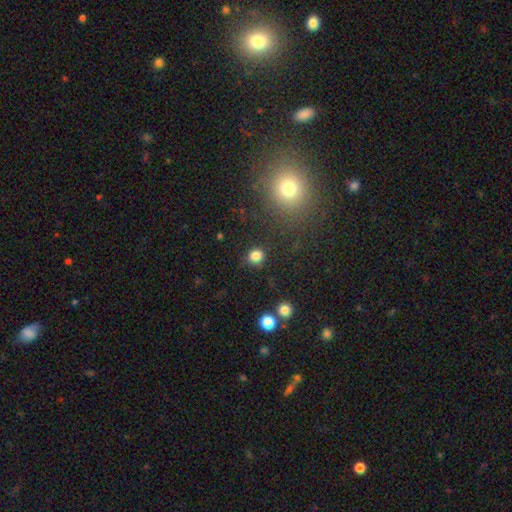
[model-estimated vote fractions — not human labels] Smooth or featured? smooth (83%)
How rounded? round (81%)
Merging? none (84%)